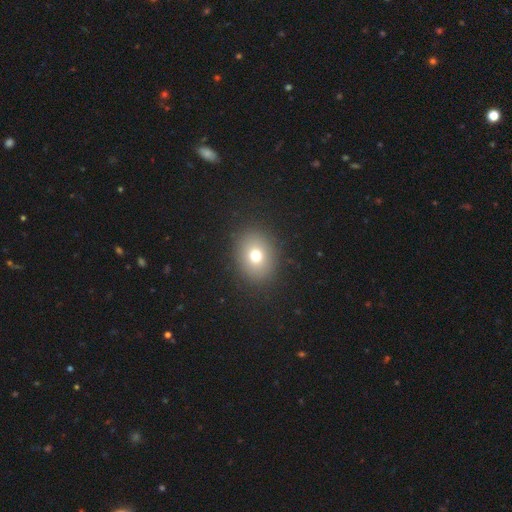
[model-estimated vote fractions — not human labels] Smooth or featured: smooth — 72% (star or artifact — 15%)
How rounded: round — 56% (in between — 43%)
Merging: none — 89% (minor disturbance — 7%)